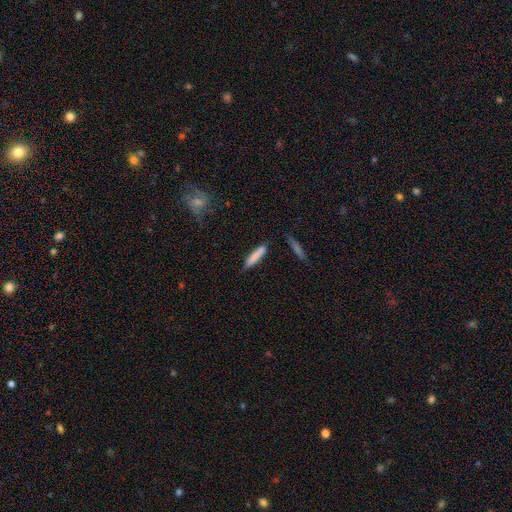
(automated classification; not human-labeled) Overall: smooth (80%). How rounded: cigar-shaped (88%). Merging: none (78%).